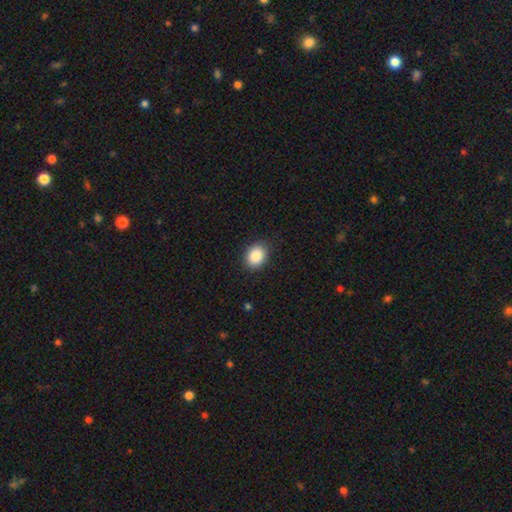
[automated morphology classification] A smooth galaxy with no disk features (88%) that is in between round and cigar-shaped (56%).

Vote fractions:
- Smooth or featured? smooth: 88% / star or artifact: 8% / featured or disk: 4%
- How rounded? in between: 56% / round: 43% / cigar-shaped: 1%
- Merging? none: 87% / minor disturbance: 10% / major disturbance: 2% / merger: 1%